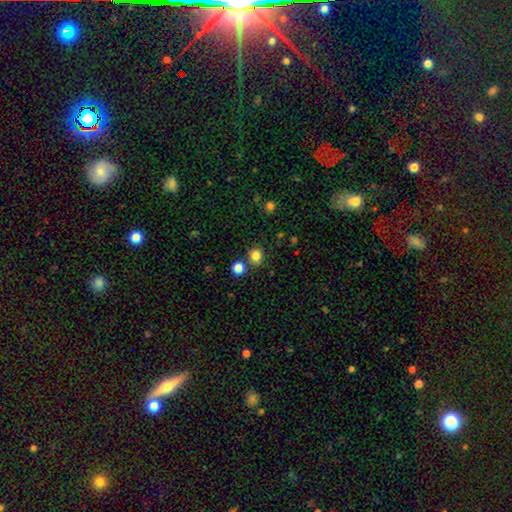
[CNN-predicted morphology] Q: Smooth or featured?
A: smooth (82%); runner-up: star or artifact (13%)
Q: How rounded?
A: round (83%); runner-up: in between (16%)
Q: Merging?
A: none (79%); runner-up: merger (11%)